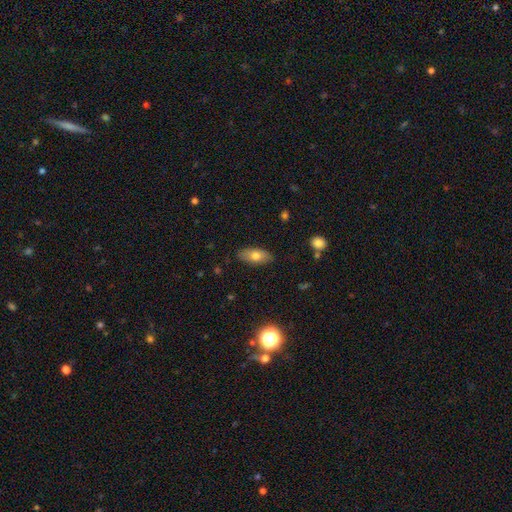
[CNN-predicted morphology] Smooth or featured: smooth — 73% (featured or disk — 20%)
How rounded: in between — 86% (cigar-shaped — 11%)
Merging: none — 85% (minor disturbance — 12%)